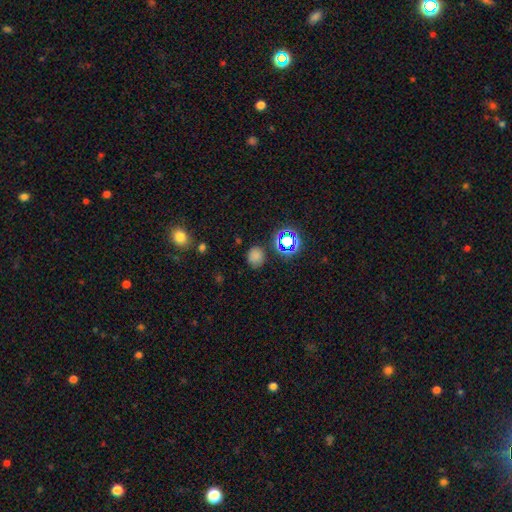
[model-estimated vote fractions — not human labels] Q: Smooth or featured?
A: smooth (69%); runner-up: star or artifact (25%)
Q: How rounded?
A: round (72%); runner-up: in between (27%)
Q: Merging?
A: none (75%); runner-up: minor disturbance (16%)